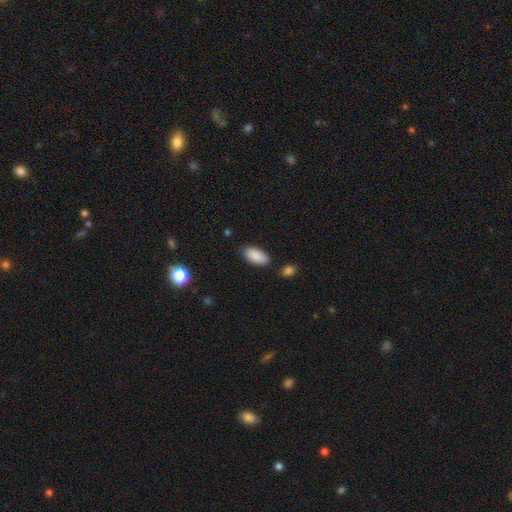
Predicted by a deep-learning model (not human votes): Smooth or featured: smooth — 89% (star or artifact — 7%)
How rounded: in between — 93% (cigar-shaped — 5%)
Merging: none — 84% (minor disturbance — 11%)